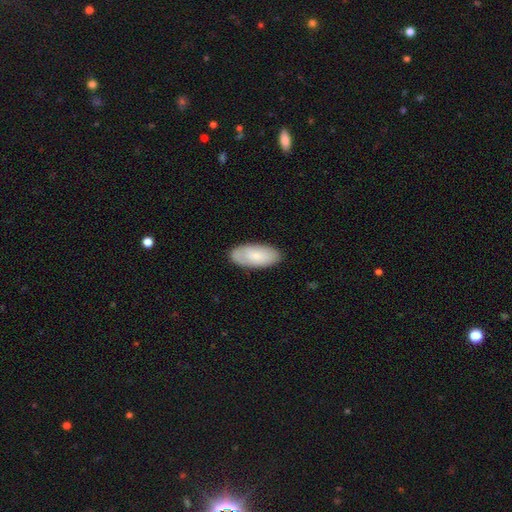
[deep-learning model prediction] A smooth galaxy with no disk features (74%) that is in between round and cigar-shaped (91%).

Vote fractions:
- Smooth or featured? smooth: 74% / featured or disk: 20% / star or artifact: 6%
- How rounded? in between: 91% / cigar-shaped: 7% / round: 2%
- Merging? none: 84% / minor disturbance: 12% / major disturbance: 2% / merger: 1%